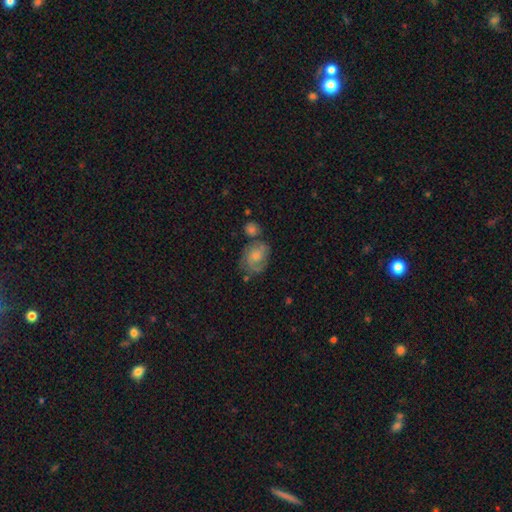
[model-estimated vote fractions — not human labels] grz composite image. It shows a smooth galaxy with no disk features (49%). Merging: none (49%).